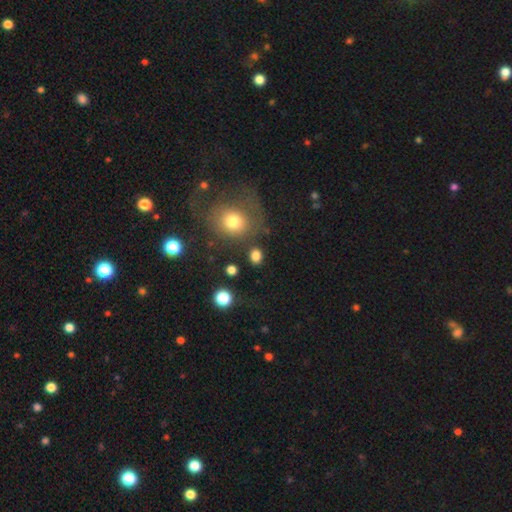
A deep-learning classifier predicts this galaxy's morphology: Overall: smooth (82%). How rounded: round (56%; in between 43%). Merging: none (81%).